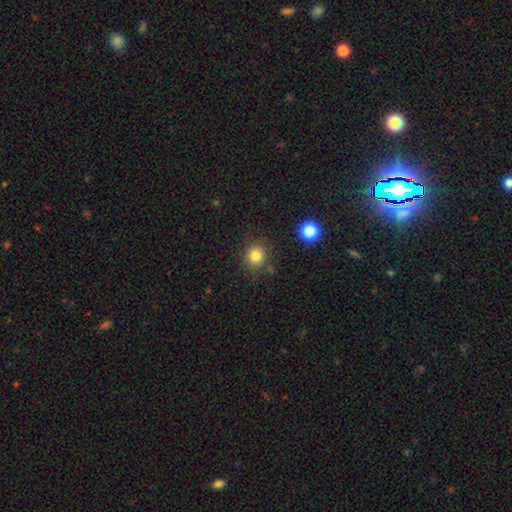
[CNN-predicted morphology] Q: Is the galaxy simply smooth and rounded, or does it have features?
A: smooth — 82%.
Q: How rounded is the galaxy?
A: round — 87%.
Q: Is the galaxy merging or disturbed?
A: none — 83%.